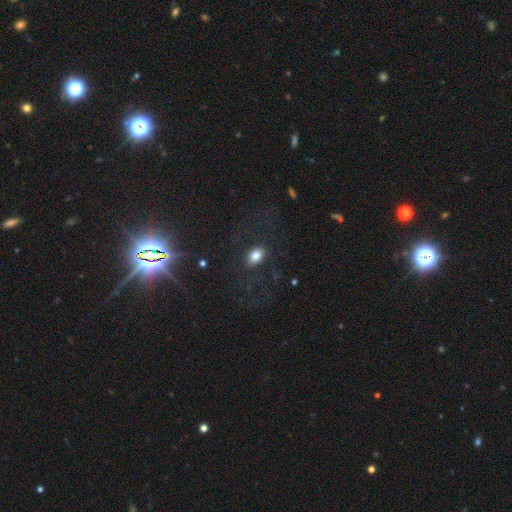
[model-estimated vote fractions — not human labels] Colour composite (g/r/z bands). It shows a smooth galaxy with no disk features (78%) that is in between round and cigar-shaped (77%). Merging: none (78%).